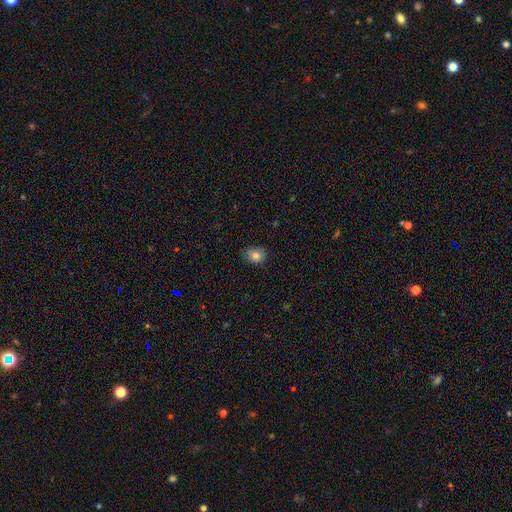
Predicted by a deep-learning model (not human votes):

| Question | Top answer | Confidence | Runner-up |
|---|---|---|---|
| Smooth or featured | smooth | 82% | star or artifact (10%) |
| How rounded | in between | 52% | round (47%) |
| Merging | none | 80% | minor disturbance (16%) |